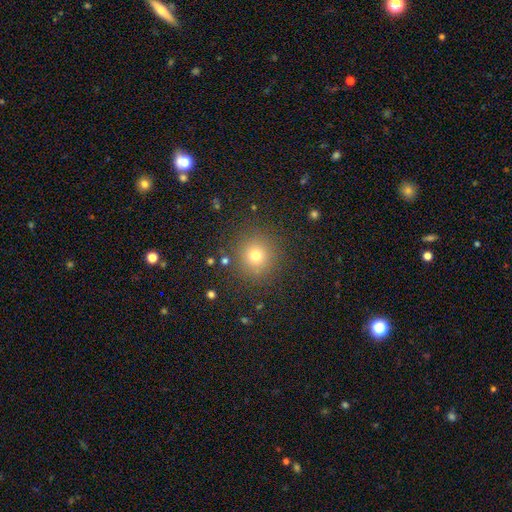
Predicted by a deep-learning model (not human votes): Smooth or featured?
  - smooth: 73% *
  - star or artifact: 19%
  - featured or disk: 8%
How rounded?
  - round: 94% *
  - in between: 5%
  - cigar-shaped: 1%
Merging?
  - none: 89% *
  - minor disturbance: 7%
  - major disturbance: 3%
  - merger: 2%